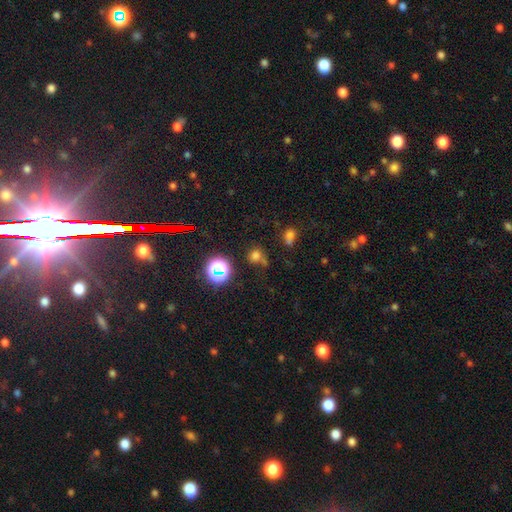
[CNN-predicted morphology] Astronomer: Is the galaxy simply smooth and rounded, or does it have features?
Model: smooth — 65%.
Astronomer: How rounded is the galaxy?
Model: round — 85%.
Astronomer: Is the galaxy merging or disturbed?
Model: none — 64%.